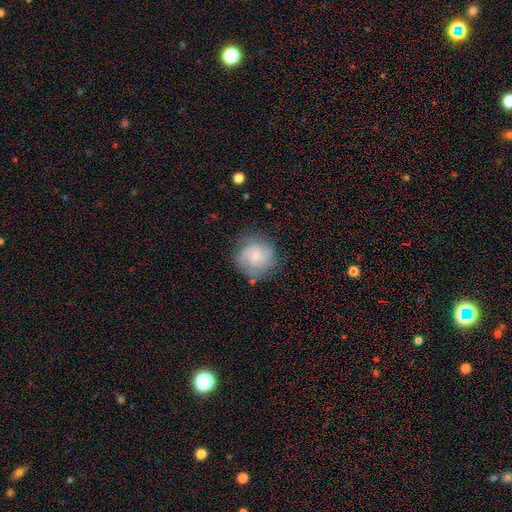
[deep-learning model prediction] This appears to be a smooth galaxy with no disk features (54%) that is round (90%). Merging: none (72%).